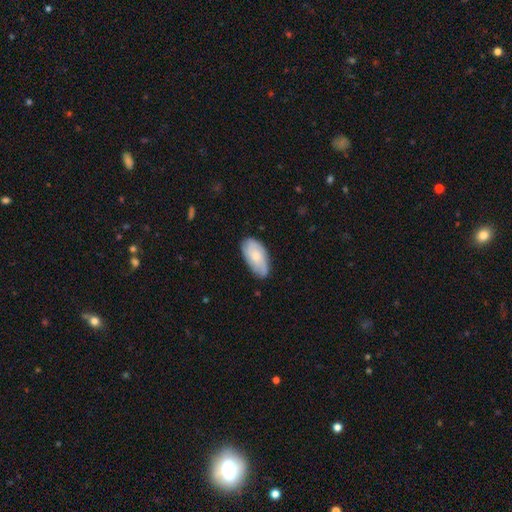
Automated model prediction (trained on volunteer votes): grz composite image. It shows a smooth galaxy with no disk features (58%) that is in between round and cigar-shaped (93%). Merging: none (74%).